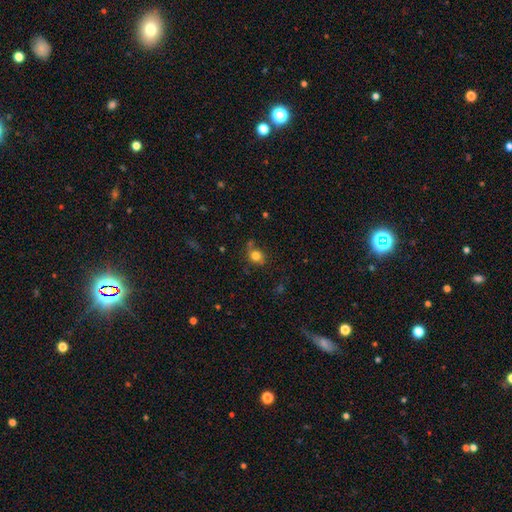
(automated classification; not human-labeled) Smooth or featured? Predicted: smooth (p=0.77). How rounded? Predicted: round (p=0.64). Merging? Predicted: none (p=0.60).